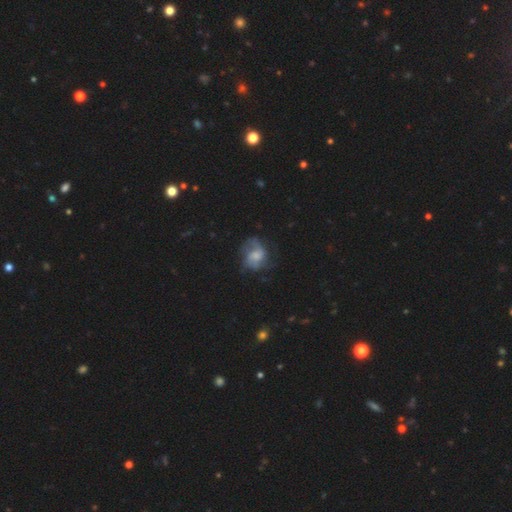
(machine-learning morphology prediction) Smooth or featured: featured or disk — 54% (smooth — 36%)
Edge-on disk: no — 97% (yes — 3%)
Bar: no — 66% (weak — 29%)
Spiral arms: yes — 77% (no — 23%)
Bulge size: moderate — 36% (small — 31%)
Merging: none — 50% (minor disturbance — 24%)